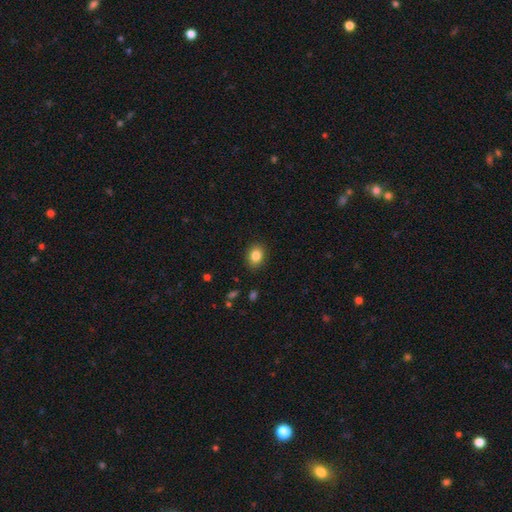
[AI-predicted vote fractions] This is clearly a smooth galaxy (84%). How rounded: possibly in between (57%). Merging: clearly none (88%).